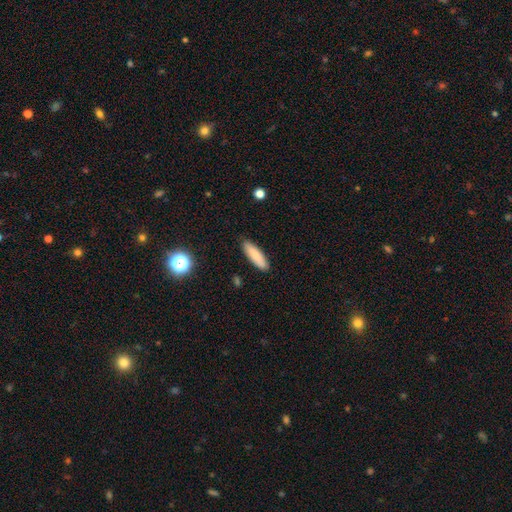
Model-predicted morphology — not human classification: smooth-or-featured: smooth: 83% | featured or disk: 11% | star or artifact: 6%
  how-rounded: cigar-shaped: 58% | in between: 40% | round: 2%
  merging: none: 88% | minor disturbance: 9% | major disturbance: 2% | merger: 1%